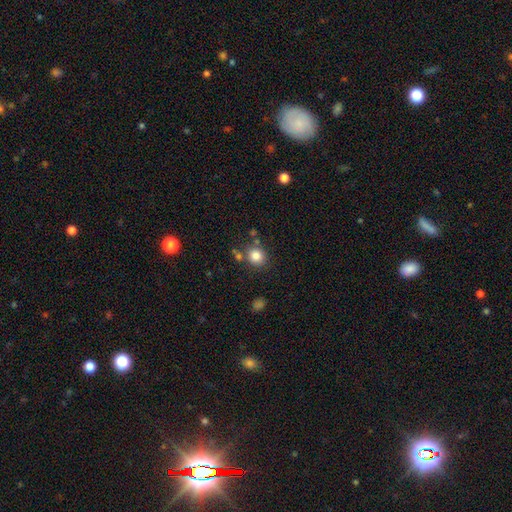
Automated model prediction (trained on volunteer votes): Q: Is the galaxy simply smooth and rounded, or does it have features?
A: smooth — 83%.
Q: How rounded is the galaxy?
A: round — 84%.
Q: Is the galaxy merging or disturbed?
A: none — 74%.